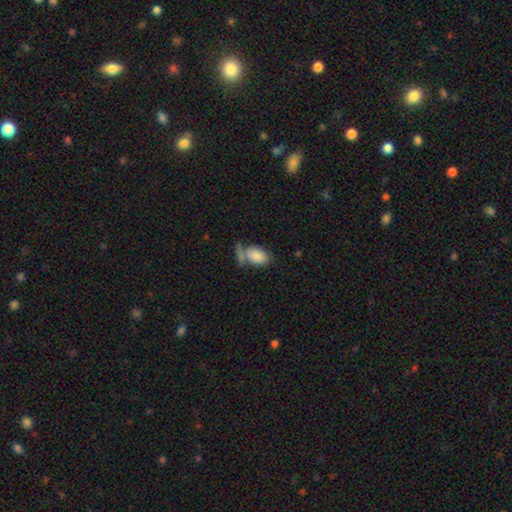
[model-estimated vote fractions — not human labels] smooth-or-featured: smooth: 82% | featured or disk: 10% | star or artifact: 7%
  how-rounded: in between: 88% | round: 11% | cigar-shaped: 2%
  merging: none: 43% | merger: 27% | minor disturbance: 18% | major disturbance: 11%